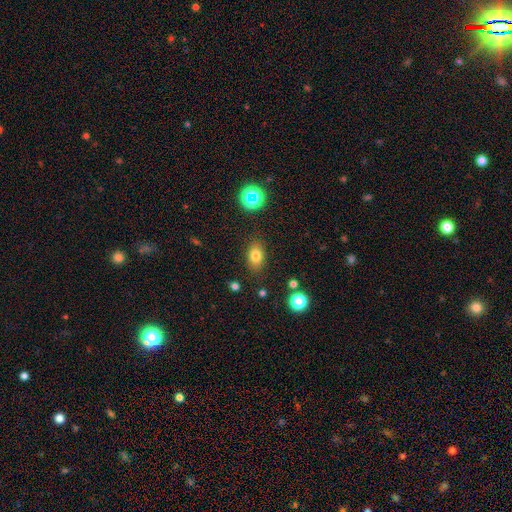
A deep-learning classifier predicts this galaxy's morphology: Smooth or featured?
  - smooth: 77% *
  - star or artifact: 13%
  - featured or disk: 10%
How rounded?
  - in between: 77% *
  - round: 21%
  - cigar-shaped: 2%
Merging?
  - none: 85% *
  - minor disturbance: 10%
  - major disturbance: 3%
  - merger: 2%